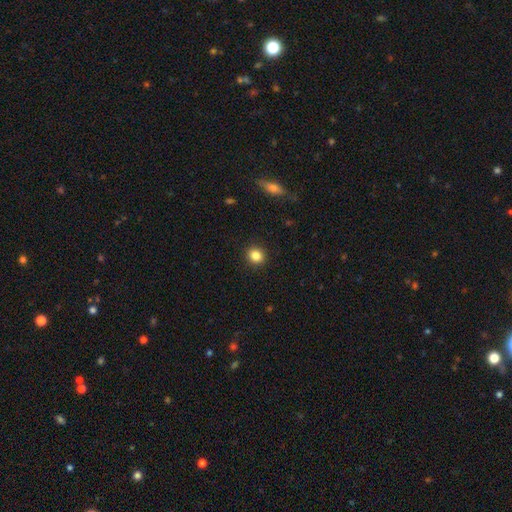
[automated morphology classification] smooth 85%, star or artifact 10%, featured or disk 5%. Down the decision tree: how rounded — round (85%); merging — none (92%).